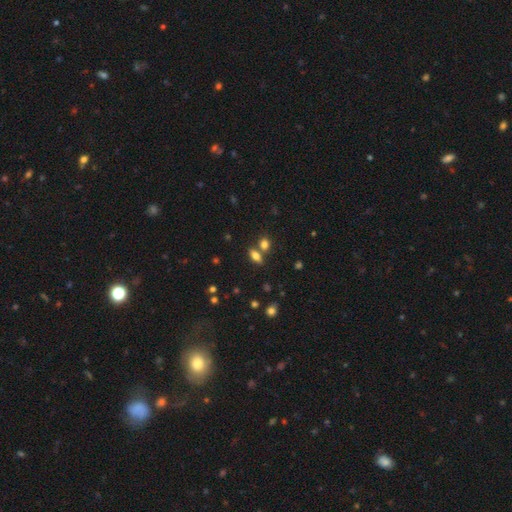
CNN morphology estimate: Smooth or featured: smooth — 73% (featured or disk — 14%)
How rounded: in between — 77% (cigar-shaped — 14%)
Merging: none — 62% (merger — 24%)